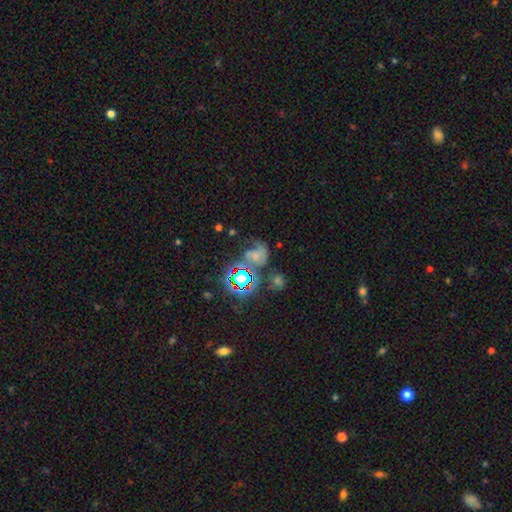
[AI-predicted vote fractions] featured or disk 34%, star or artifact 33%, smooth 33%. Down the decision tree: merging — none (37%).